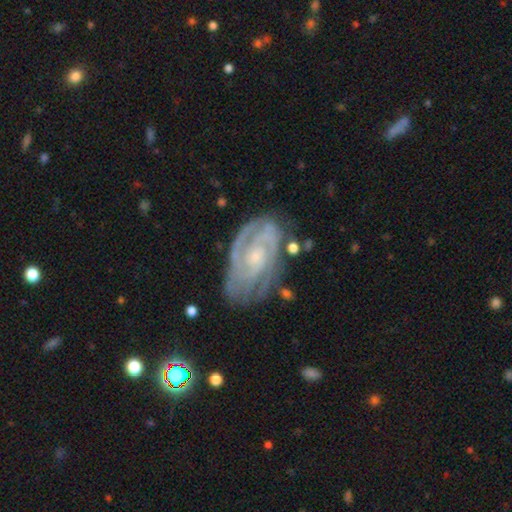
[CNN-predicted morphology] Smooth or featured: featured or disk — 87% (smooth — 8%)
Edge-on disk: no — 96% (yes — 4%)
Bar: no — 64% (weak — 30%)
Spiral arms: yes — 96% (no — 4%)
Spiral winding: tight — 67% (medium — 28%)
Spiral arm count: 2 — 48% (can't tell — 21%)
Bulge size: small — 66% (moderate — 25%)
Merging: none — 72% (minor disturbance — 19%)